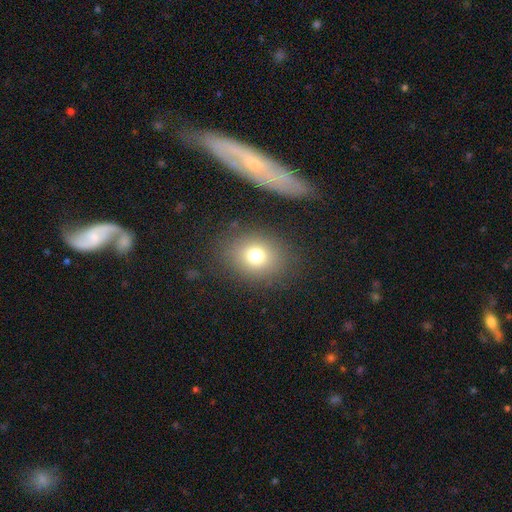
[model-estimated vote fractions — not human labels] Overall: smooth (74%). How rounded: round (55%; in between 44%). Merging: none (82%).